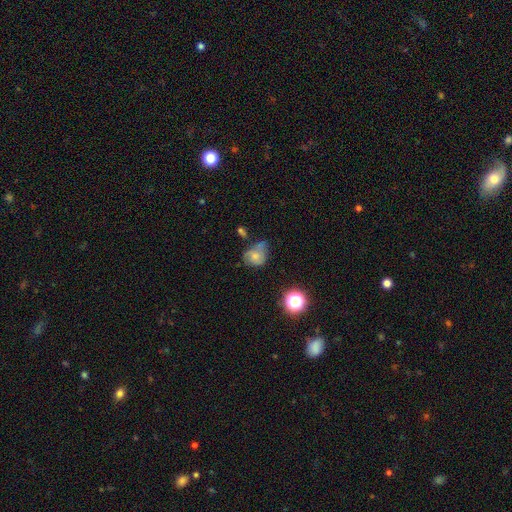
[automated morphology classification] Smooth or featured?
  - smooth: 59% *
  - featured or disk: 28%
  - star or artifact: 13%
How rounded?
  - round: 52% *
  - in between: 47%
  - cigar-shaped: 1%
Merging?
  - none: 34% * (tied)
  - minor disturbance: 34% * (tied)
  - major disturbance: 19%
  - merger: 13%